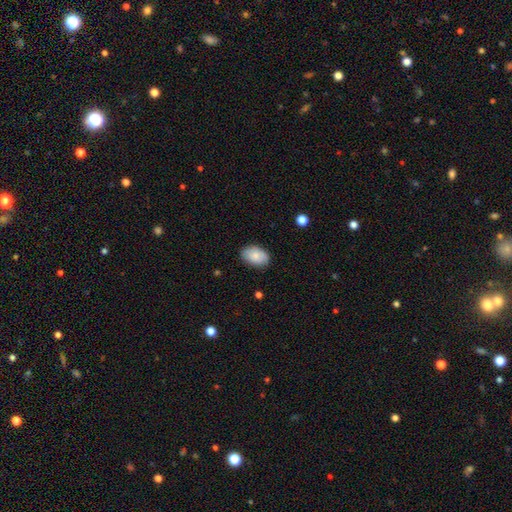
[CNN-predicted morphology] A smooth galaxy with no disk features (84%) that is in between round and cigar-shaped (88%).

Vote fractions:
- Smooth or featured? smooth: 84% / featured or disk: 10% / star or artifact: 6%
- How rounded? in between: 88% / round: 11% / cigar-shaped: 1%
- Merging? none: 83% / minor disturbance: 13% / major disturbance: 3% / merger: 1%